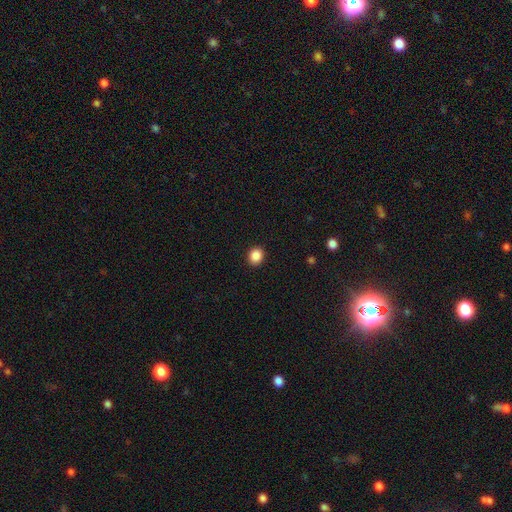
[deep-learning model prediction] A smooth galaxy with no disk features (88%) that is round (69%).

Vote fractions:
- Smooth or featured? smooth: 88% / star or artifact: 9% / featured or disk: 3%
- How rounded? round: 69% / in between: 30% / cigar-shaped: 1%
- Merging? none: 92% / minor disturbance: 6% / major disturbance: 2% / merger: 1%